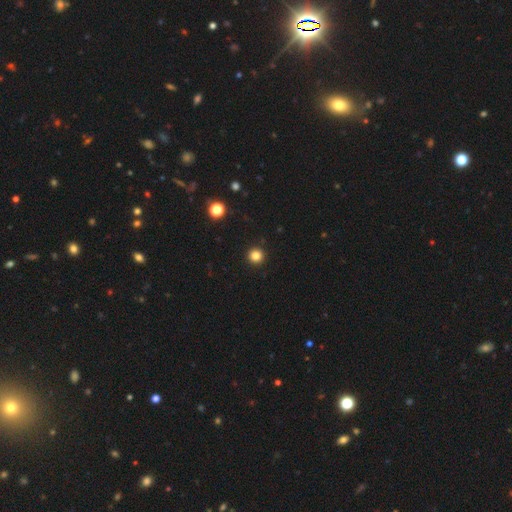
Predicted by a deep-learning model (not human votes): Overall: smooth (83%). How rounded: round (96%). Merging: none (94%).